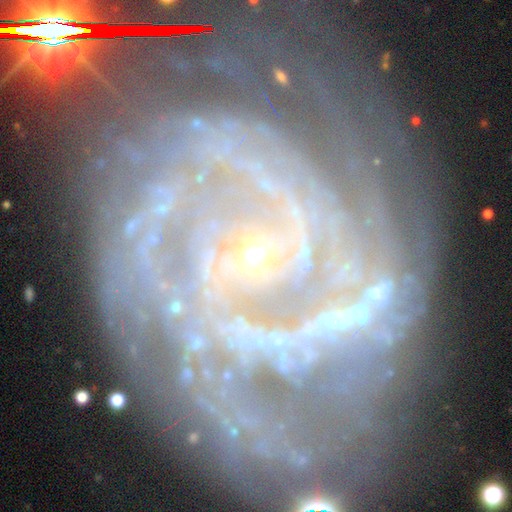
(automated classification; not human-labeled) This appears to be a featured or disk galaxy (89%) with no bar (48%), 2 (23%, tied with can't tell) tight (67%) spiral arms (97%) and a small central bulge (85%). Merging: none (61%).